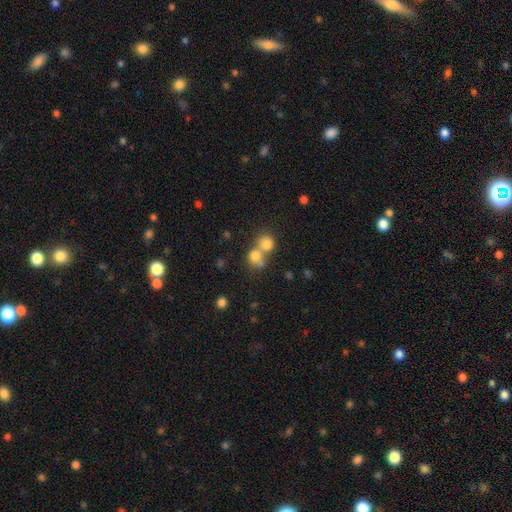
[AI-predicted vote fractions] Smooth or featured? smooth (76%)
How rounded? round (78%)
Merging? merger (55%)